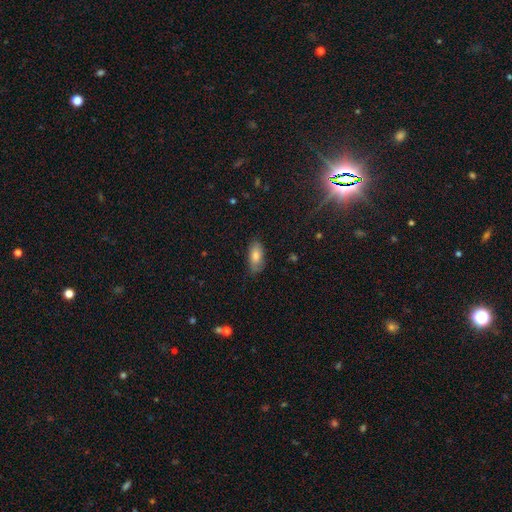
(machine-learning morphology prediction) Smooth or featured: smooth — 78% (featured or disk — 15%)
How rounded: in between — 88% (cigar-shaped — 9%)
Merging: none — 78% (minor disturbance — 18%)